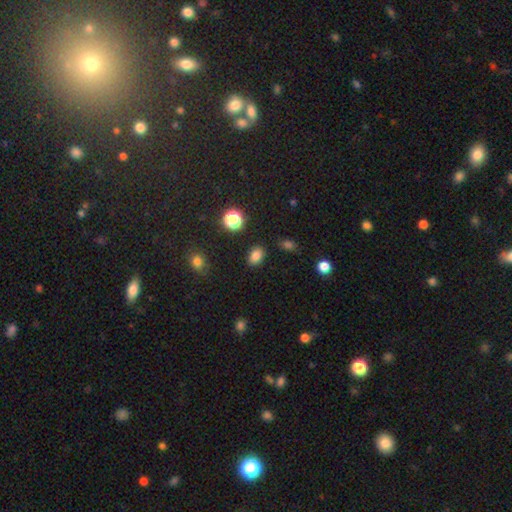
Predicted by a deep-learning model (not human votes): Q: Smooth or featured?
A: smooth (81%); runner-up: star or artifact (14%)
Q: How rounded?
A: in between (75%); runner-up: round (23%)
Q: Merging?
A: none (86%); runner-up: minor disturbance (9%)